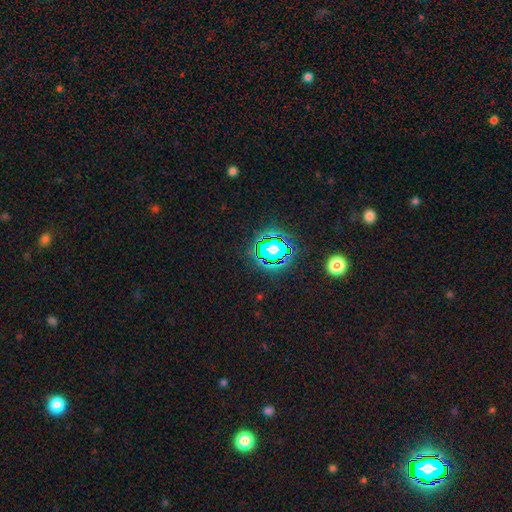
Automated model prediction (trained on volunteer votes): Morphology: type=star or artifact (80%).